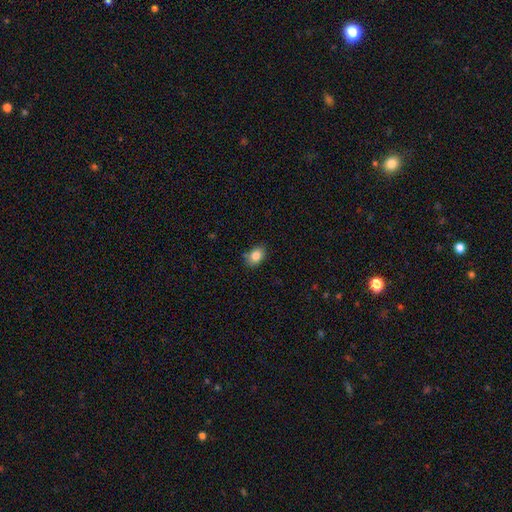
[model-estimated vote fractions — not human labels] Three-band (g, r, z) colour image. It shows a smooth galaxy with no disk features (84%) that is in between round and cigar-shaped (76%). Merging: none (79%).